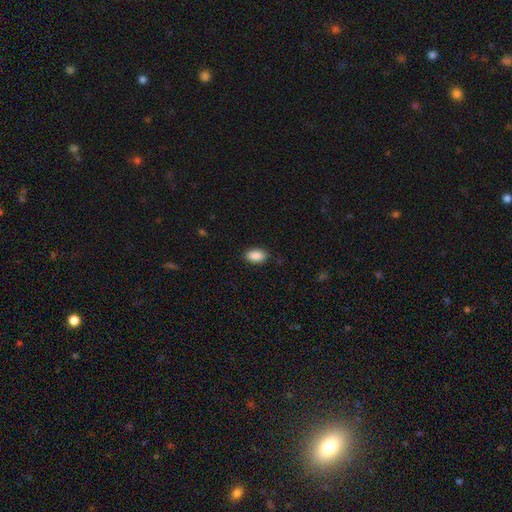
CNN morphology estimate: Overall: smooth (90%). How rounded: in between (92%). Merging: none (87%).